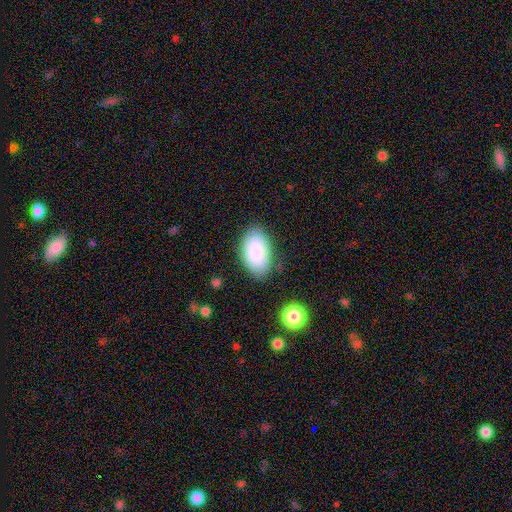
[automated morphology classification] Smooth or featured: smooth — 87% (star or artifact — 7%)
How rounded: in between — 94% (round — 5%)
Merging: none — 82% (minor disturbance — 12%)